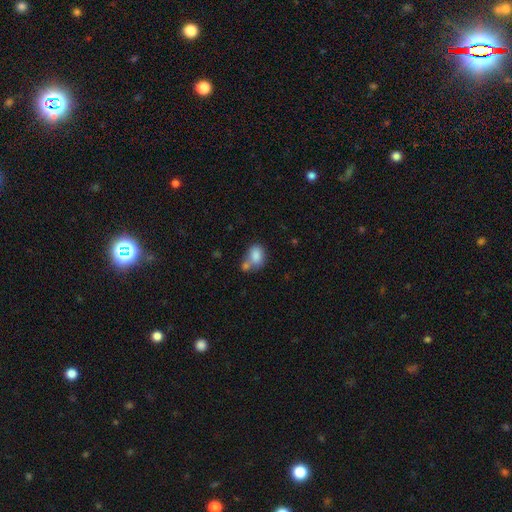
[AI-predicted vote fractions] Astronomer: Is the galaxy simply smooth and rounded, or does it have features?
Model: smooth — 82%.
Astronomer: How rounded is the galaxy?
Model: in between — 69%.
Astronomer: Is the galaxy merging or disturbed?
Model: merger — 44% (runner-up: none, 36%).